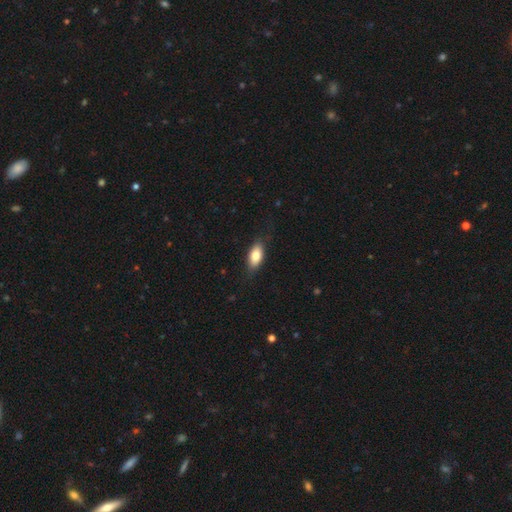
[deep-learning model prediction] The model was most divided on "smooth or featured": smooth: 78%, featured or disk: 16%, star or artifact: 7%. More confident: how rounded — in between (86%); merging — none (80%).